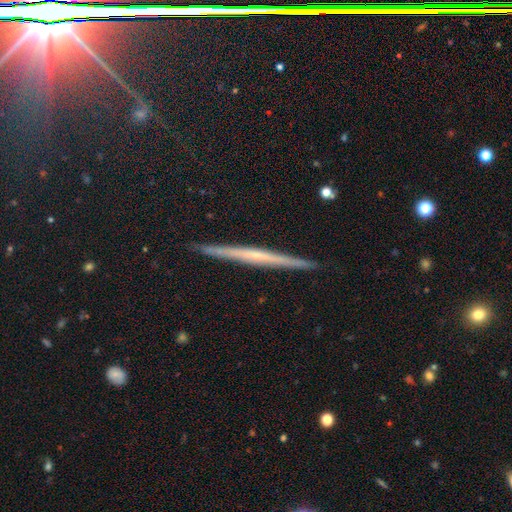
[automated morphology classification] Smooth or featured: featured or disk — 65% (smooth — 24%)
Edge-on disk: yes — 98% (no — 2%)
Edge-on bulge: none — 66% (rounded — 27%)
Merging: none — 92% (minor disturbance — 6%)